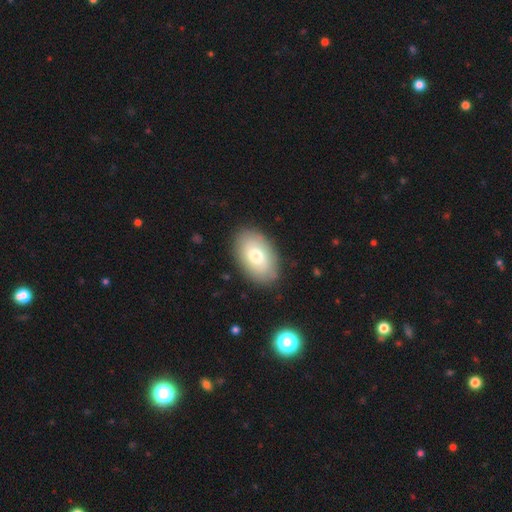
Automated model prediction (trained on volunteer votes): Q: Smooth or featured?
A: smooth (72%); runner-up: featured or disk (21%)
Q: How rounded?
A: in between (92%); runner-up: round (7%)
Q: Merging?
A: none (85%); runner-up: minor disturbance (11%)